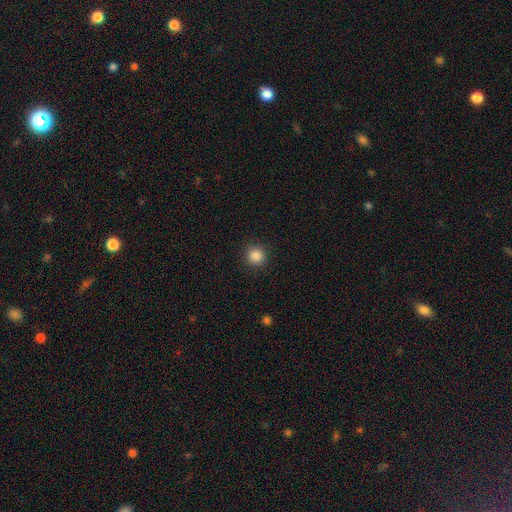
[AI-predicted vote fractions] Overall: smooth (86%). How rounded: round (94%). Merging: none (91%).